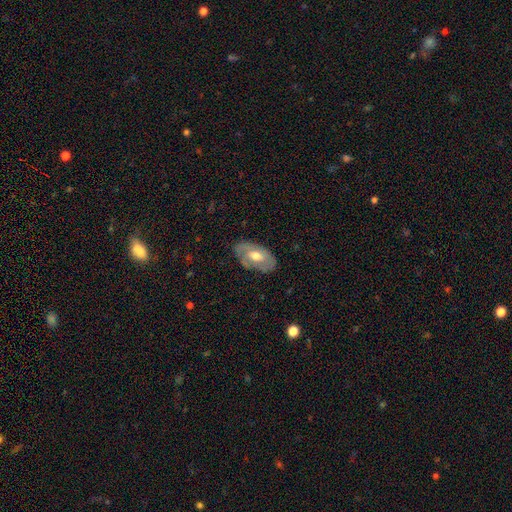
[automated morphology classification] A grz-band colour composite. It shows a featured or disk galaxy (53%). Merging: none (76%).